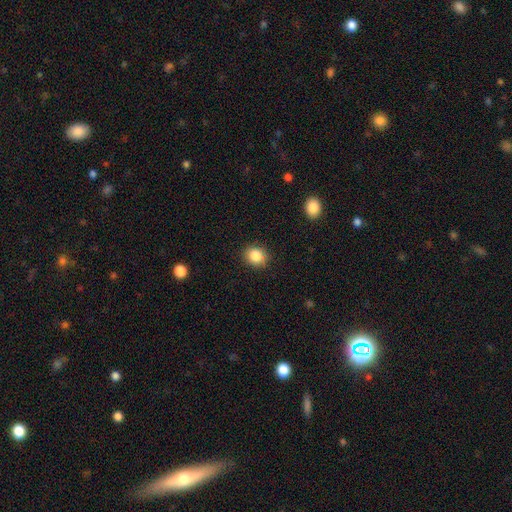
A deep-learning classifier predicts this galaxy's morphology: type=smooth (86%); roundness=round (69%); merging=none (88%).